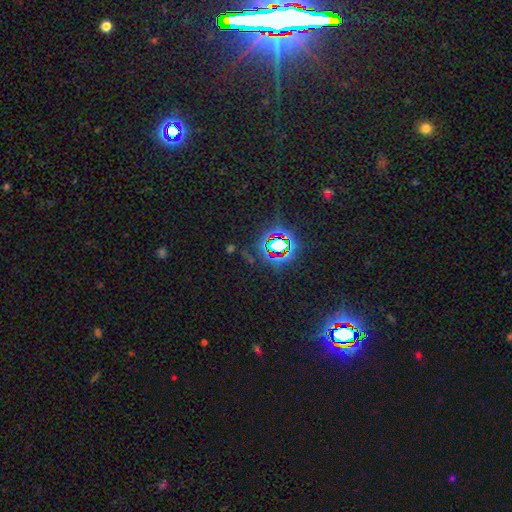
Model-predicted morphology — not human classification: A star or artifact, not a galaxy (77%).

Vote fractions:
- Smooth or featured? star or artifact: 77% / smooth: 13% / featured or disk: 11%